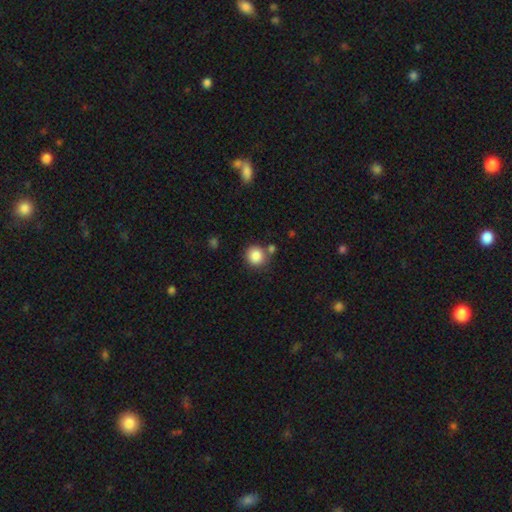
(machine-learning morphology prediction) Overall: smooth (87%). How rounded: round (91%). Merging: none (73%).